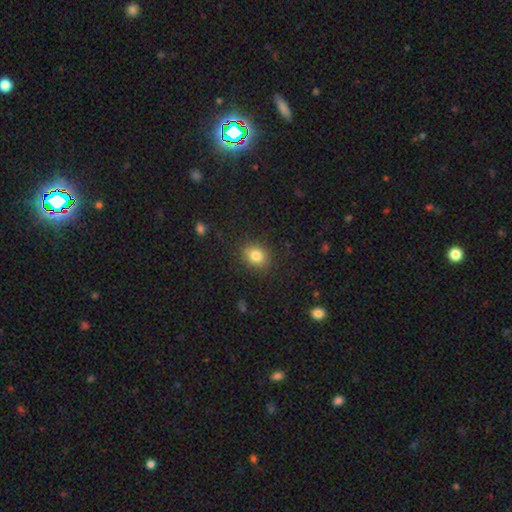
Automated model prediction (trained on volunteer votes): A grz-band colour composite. It shows a smooth galaxy with no disk features (81%) that is round (50%). Merging: none (85%).